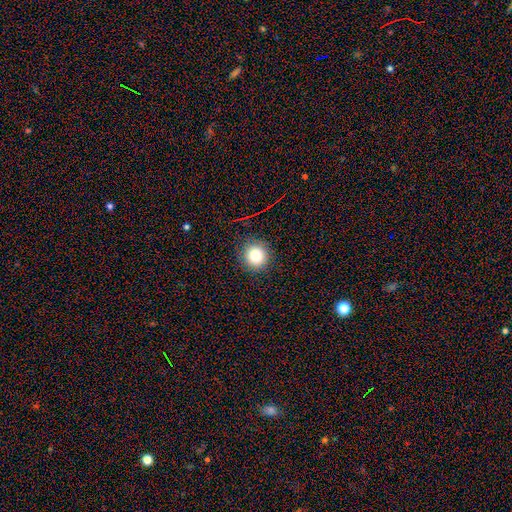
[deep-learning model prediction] Morphology: type=smooth (80%); roundness=round (93%); merging=none (90%).